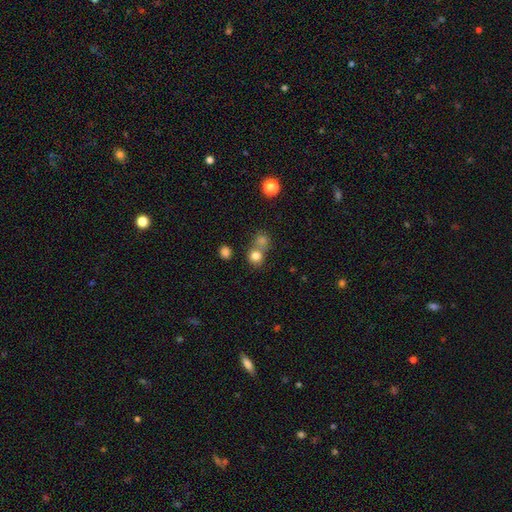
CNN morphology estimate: smooth_or_featured: smooth (p=0.79) [alt: star or artifact p=0.13]
how_rounded: round (p=0.84) [alt: in between p=0.15]
merging: none (p=0.51) [alt: merger p=0.39]